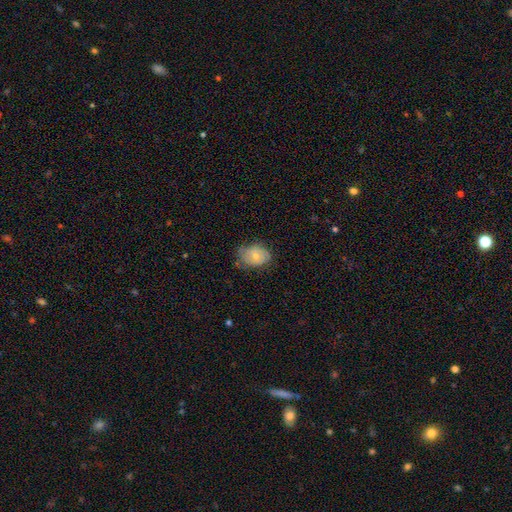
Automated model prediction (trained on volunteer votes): smooth_or_featured: smooth (p=0.61) [alt: featured or disk p=0.32]
how_rounded: in between (p=0.69) [alt: round p=0.30]
merging: none (p=0.58) [alt: minor disturbance p=0.32]